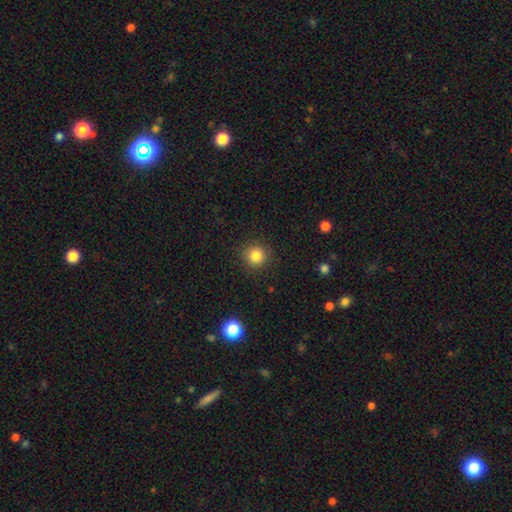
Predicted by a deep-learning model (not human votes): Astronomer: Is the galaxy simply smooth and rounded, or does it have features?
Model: smooth — 83%.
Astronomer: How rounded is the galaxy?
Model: round — 94%.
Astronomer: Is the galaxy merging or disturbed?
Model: none — 90%.